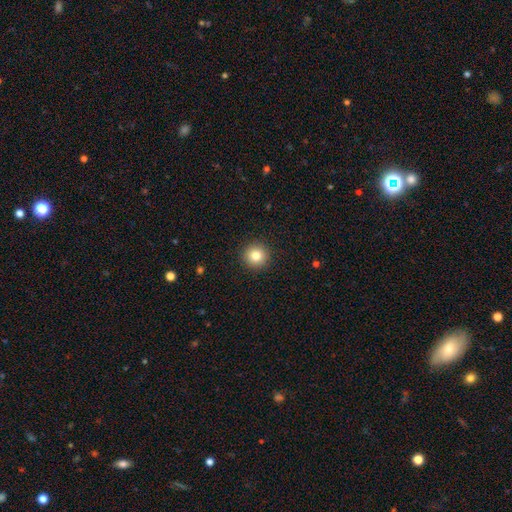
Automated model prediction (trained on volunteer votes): smooth 82%, star or artifact 10%, featured or disk 8%. Down the decision tree: how rounded — round (95%); merging — none (92%).